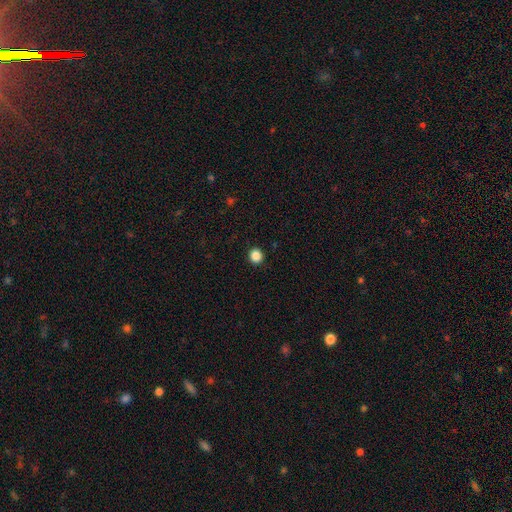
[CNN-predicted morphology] smooth_or_featured: smooth (p=0.86) [alt: star or artifact p=0.11]
how_rounded: round (p=0.90) [alt: in between p=0.09]
merging: none (p=0.93) [alt: minor disturbance p=0.05]